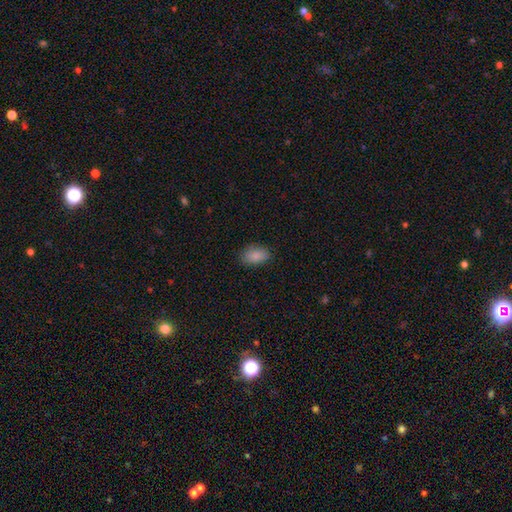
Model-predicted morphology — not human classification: Smooth or featured? smooth (87%)
How rounded? in between (90%)
Merging? none (83%)